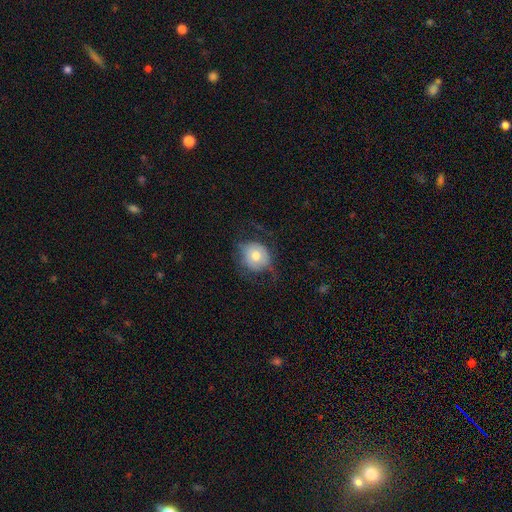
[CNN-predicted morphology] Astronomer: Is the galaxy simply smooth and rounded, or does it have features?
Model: smooth — 64%.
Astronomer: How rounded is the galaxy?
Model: round — 82%.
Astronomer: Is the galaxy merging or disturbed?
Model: none — 55%.